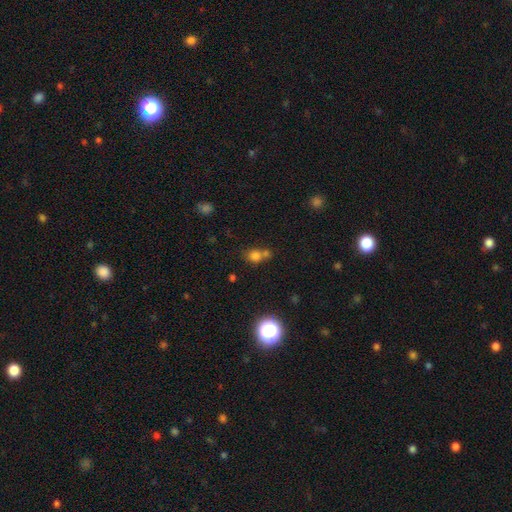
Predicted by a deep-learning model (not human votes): smooth_or_featured: smooth (p=0.73) [alt: star or artifact p=0.18]
how_rounded: round (p=0.73) [alt: in between p=0.26]
merging: merger (p=0.43) [tied with: none p=0.43]